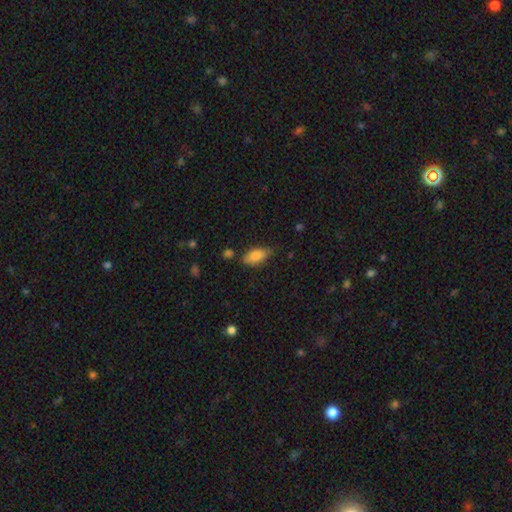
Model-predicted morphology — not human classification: Smooth or featured? Predicted: smooth (p=0.80). How rounded? Predicted: in between (p=0.84). Merging? Predicted: none (p=0.69).